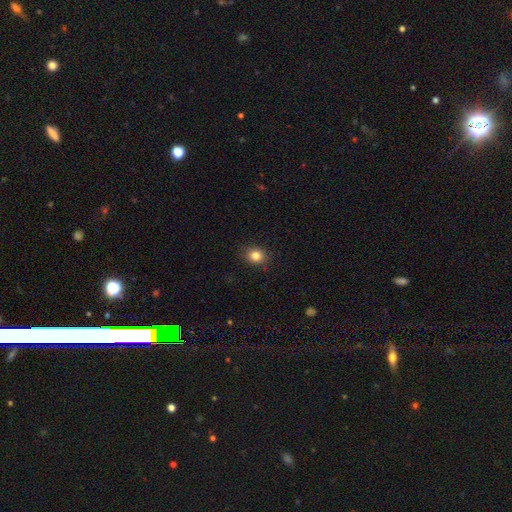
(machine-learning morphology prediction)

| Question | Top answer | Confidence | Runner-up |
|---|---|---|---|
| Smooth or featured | smooth | 83% | star or artifact (11%) |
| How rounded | round | 70% | in between (29%) |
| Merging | none | 87% | minor disturbance (10%) |